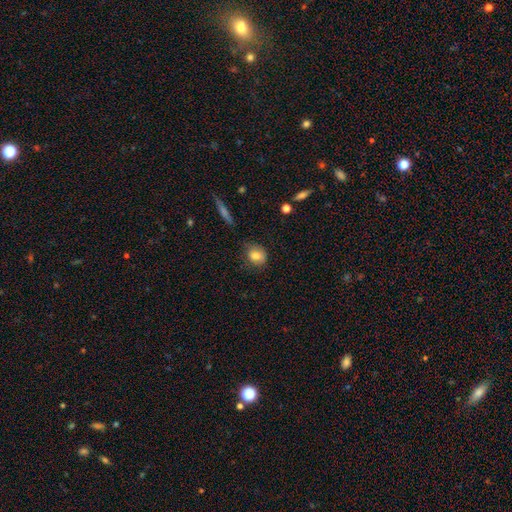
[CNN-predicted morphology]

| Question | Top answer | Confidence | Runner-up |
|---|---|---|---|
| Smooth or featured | smooth | 81% | featured or disk (10%) |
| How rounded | round | 58% | in between (40%) |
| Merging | none | 65% | minor disturbance (26%) |